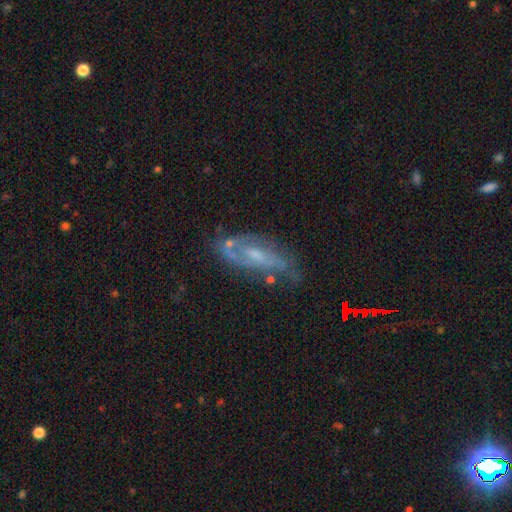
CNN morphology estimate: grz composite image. It shows a featured or disk galaxy (70%) with no bar (46%), spiral arms (79%) and a small central bulge (50%). Merging: none (61%).